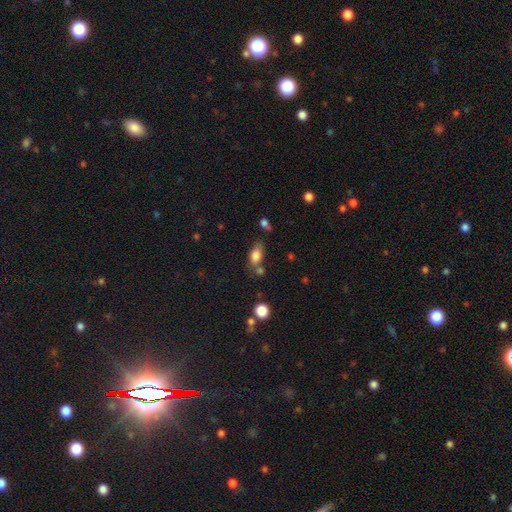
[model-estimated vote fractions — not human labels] Smooth or featured: smooth — 80% (featured or disk — 10%)
How rounded: in between — 84% (round — 11%)
Merging: none — 57% (minor disturbance — 21%)